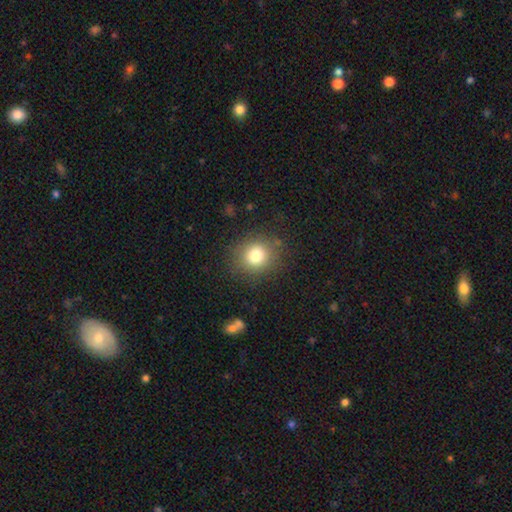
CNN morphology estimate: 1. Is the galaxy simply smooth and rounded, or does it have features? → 78% smooth, 13% star or artifact, 9% featured or disk.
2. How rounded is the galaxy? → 83% round, 16% in between, 1% cigar-shaped.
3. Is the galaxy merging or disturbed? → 85% none, 9% minor disturbance, 4% major disturbance, 2% merger.